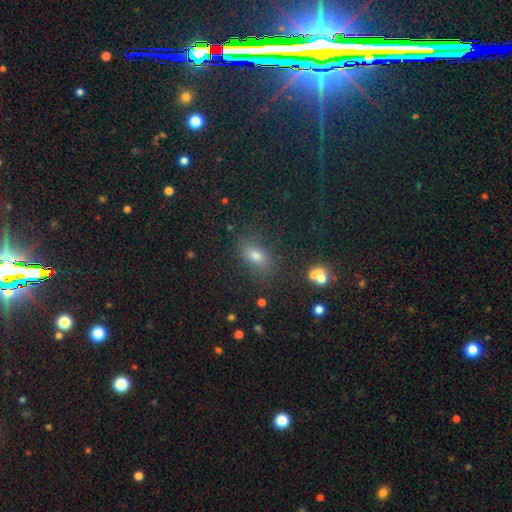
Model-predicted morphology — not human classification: Smooth or featured? smooth (67%)
How rounded? in between (78%)
Merging? none (78%)